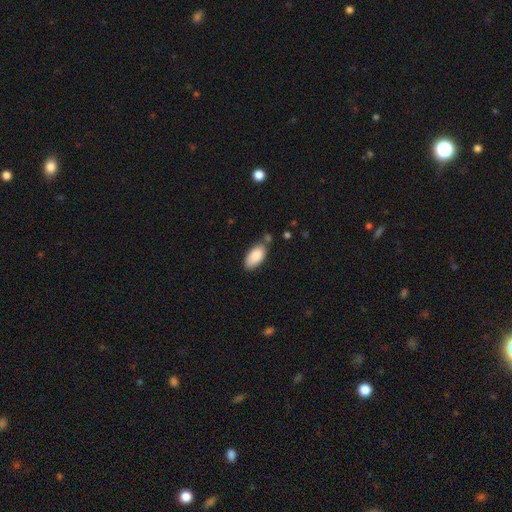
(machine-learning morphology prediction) type=smooth (87%); roundness=in between (94%); merging=none (66%).